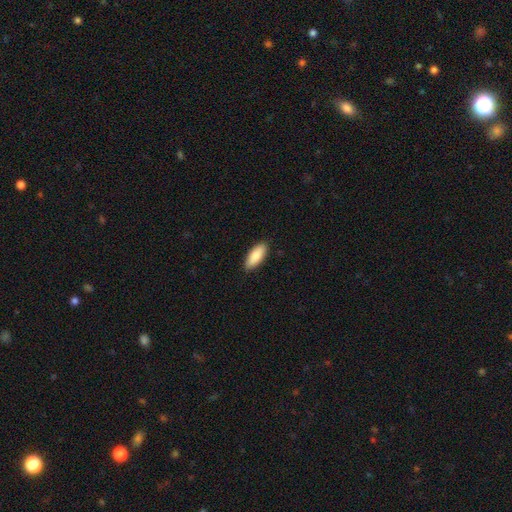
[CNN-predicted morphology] A smooth galaxy with no disk features (85%) that is in between round and cigar-shaped (78%).

Vote fractions:
- Smooth or featured? smooth: 85% / featured or disk: 10% / star or artifact: 6%
- How rounded? in between: 78% / cigar-shaped: 20% / round: 2%
- Merging? none: 88% / minor disturbance: 9% / major disturbance: 2% / merger: 1%